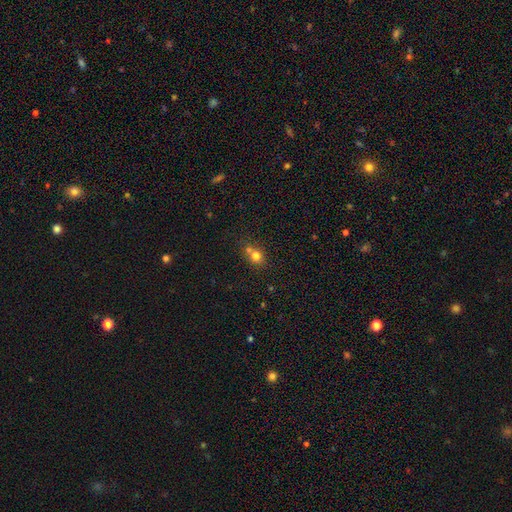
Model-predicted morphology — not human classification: Smooth or featured?
  - smooth: 75% *
  - star or artifact: 13%
  - featured or disk: 11%
How rounded?
  - round: 74% *
  - in between: 25%
  - cigar-shaped: 1%
Merging?
  - merger: 46% *
  - none: 42%
  - minor disturbance: 9%
  - major disturbance: 3%